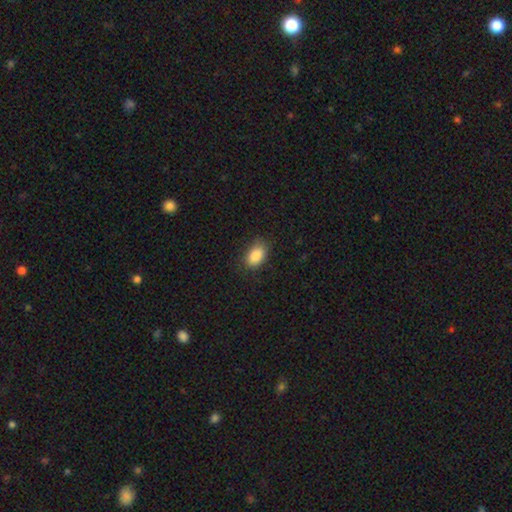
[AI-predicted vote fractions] Smooth or featured? Predicted: smooth (p=0.88). How rounded? Predicted: in between (p=0.89). Merging? Predicted: none (p=0.81).